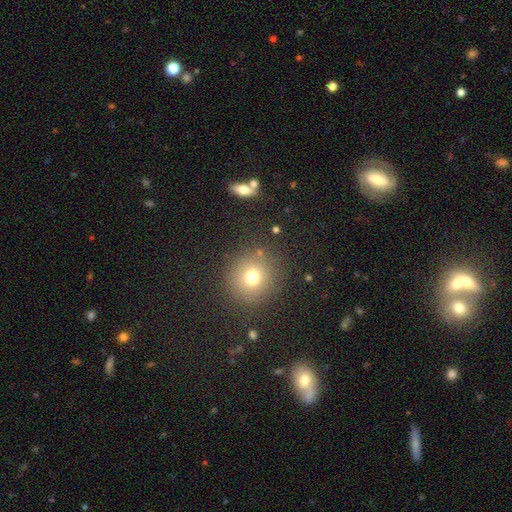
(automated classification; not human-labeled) The model was most divided on "smooth or featured": smooth: 59%, star or artifact: 31%, featured or disk: 10%. More confident: how rounded — round (90%); merging — none (87%).